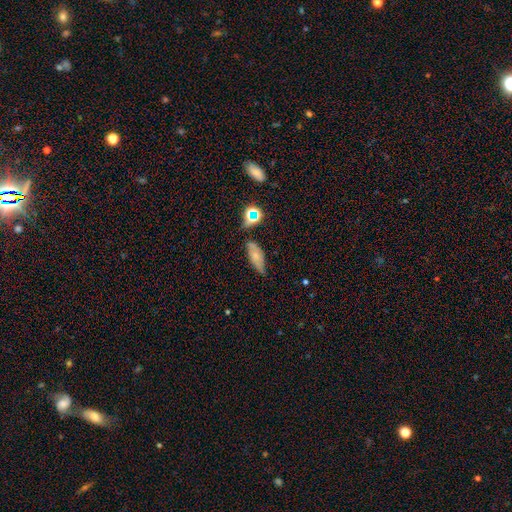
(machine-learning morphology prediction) The model was most divided on "merging": none: 58%, minor disturbance: 30%, major disturbance: 7%, merger: 5%. More confident: how rounded — in between (75%); smooth or featured — smooth (59%).